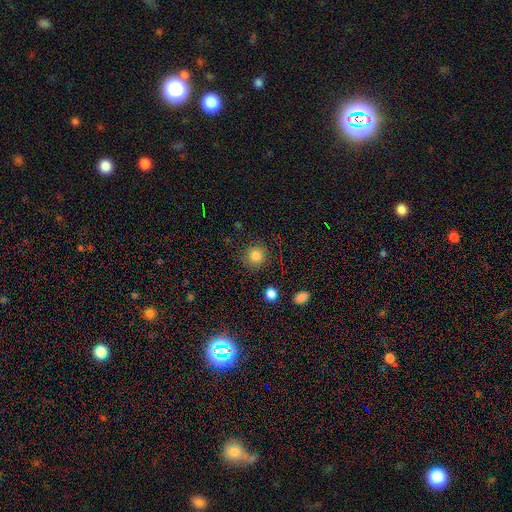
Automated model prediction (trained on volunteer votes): This appears to be a smooth galaxy with no disk features (82%) that is round (92%). Merging: none (86%).